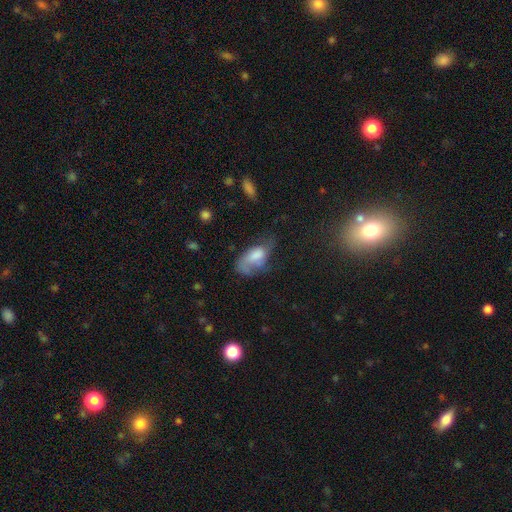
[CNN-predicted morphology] smooth-or-featured: smooth: 53% | featured or disk: 36% | star or artifact: 11%
  how-rounded: in between: 88% | cigar-shaped: 7% | round: 5%
  merging: major disturbance: 33% | none: 32% | minor disturbance: 29% | merger: 6%